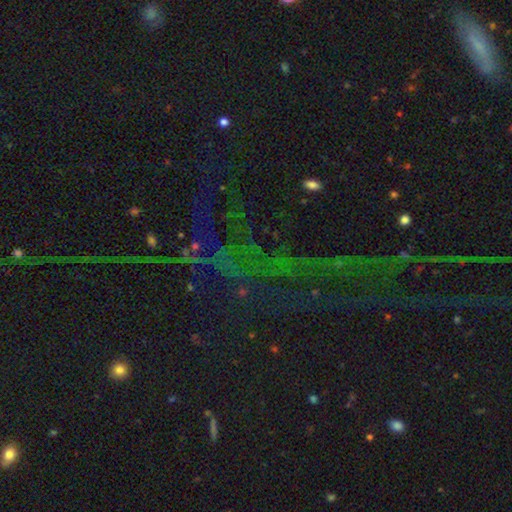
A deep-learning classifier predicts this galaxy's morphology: Smooth or featured?
  - star or artifact: 80% *
  - smooth: 11%
  - featured or disk: 9%